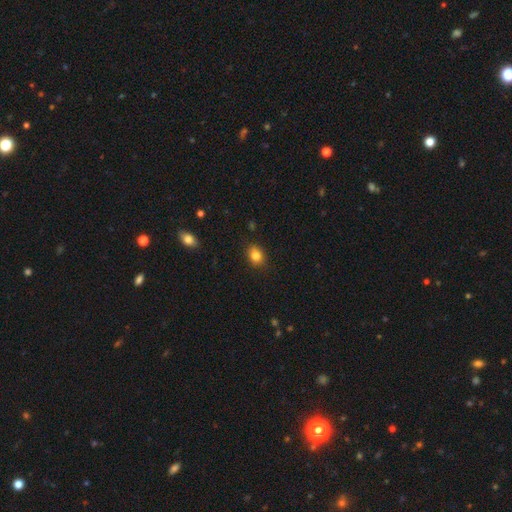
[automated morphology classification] Smooth or featured: smooth — 82% (star or artifact — 10%)
How rounded: in between — 57% (round — 42%)
Merging: none — 83% (minor disturbance — 14%)